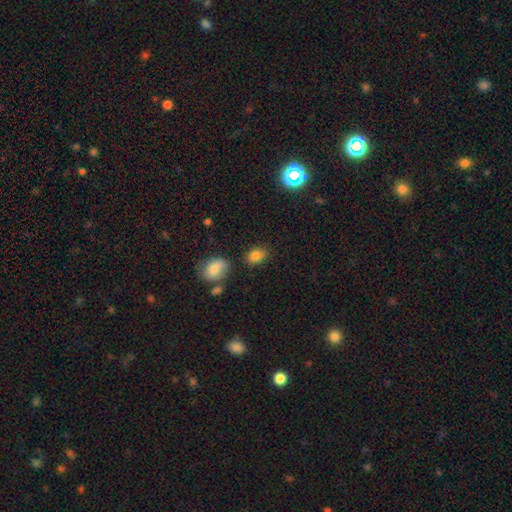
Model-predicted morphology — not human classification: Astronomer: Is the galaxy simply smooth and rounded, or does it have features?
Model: smooth — 82%.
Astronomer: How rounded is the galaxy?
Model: in between — 69%.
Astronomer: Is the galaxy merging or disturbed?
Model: none — 77%.